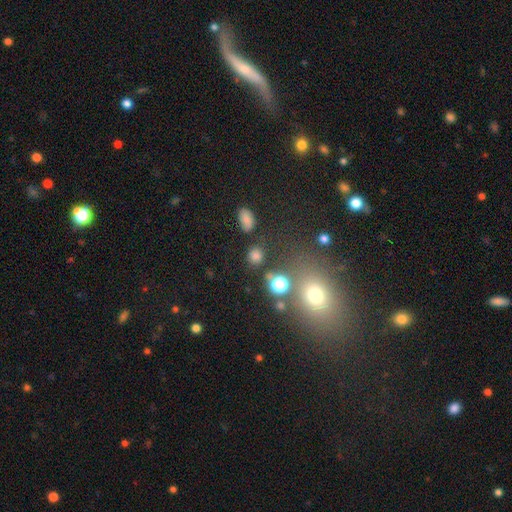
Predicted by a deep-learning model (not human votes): A smooth galaxy with no disk features (75%) that is round (69%). Merging: none (77%).